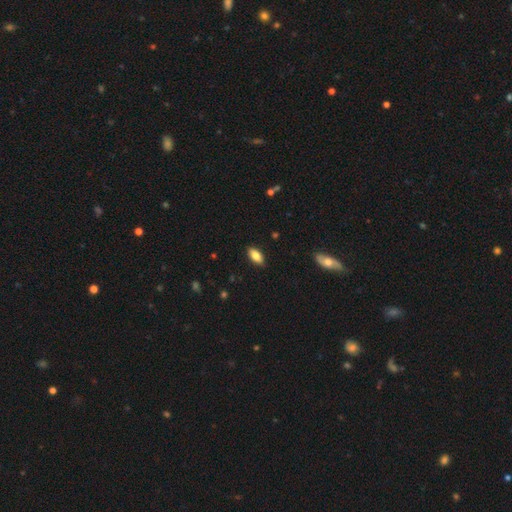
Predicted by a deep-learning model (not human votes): A smooth galaxy with no disk features (83%) that is in between round and cigar-shaped (89%).

Vote fractions:
- Smooth or featured? smooth: 83% / featured or disk: 10% / star or artifact: 7%
- How rounded? in between: 89% / cigar-shaped: 8% / round: 3%
- Merging? none: 88% / minor disturbance: 9% / major disturbance: 2% / merger: 1%